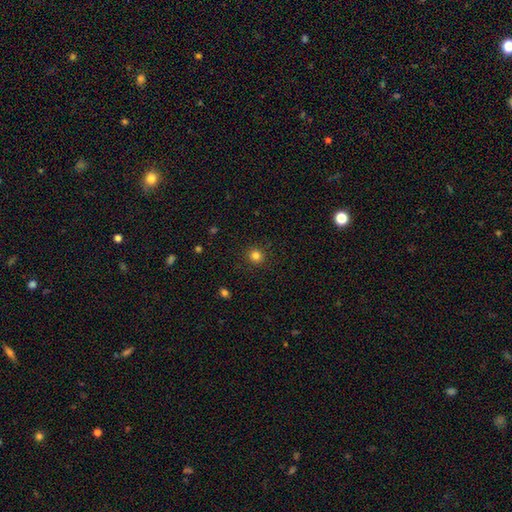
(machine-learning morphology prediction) A smooth galaxy with no disk features (82%) that is round (92%).

Vote fractions:
- Smooth or featured? smooth: 82% / star or artifact: 13% / featured or disk: 5%
- How rounded? round: 92% / in between: 7% / cigar-shaped: 1%
- Merging? none: 91% / minor disturbance: 6% / major disturbance: 2% / merger: 1%